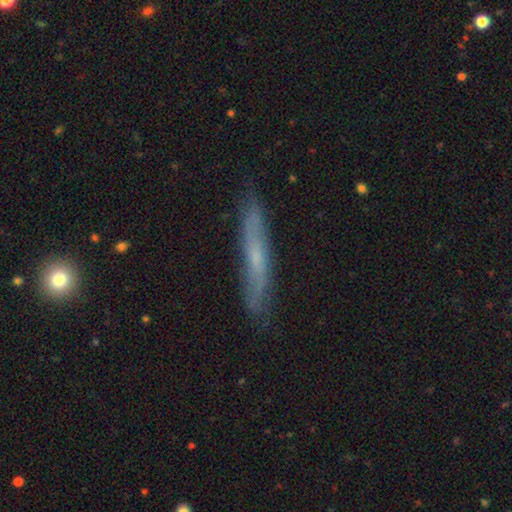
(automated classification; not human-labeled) Smooth or featured?
  - featured or disk: 53% *
  - smooth: 40%
  - star or artifact: 8%
Edge-on disk?
  - yes: 81% *
  - no: 19%
Merging?
  - none: 84% *
  - minor disturbance: 13%
  - major disturbance: 2%
  - merger: 1%